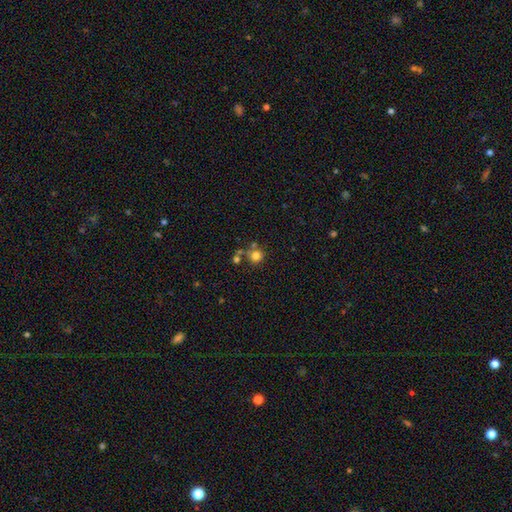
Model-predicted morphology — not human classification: Smooth or featured? smooth (78%)
How rounded? round (92%)
Merging? none (68%)